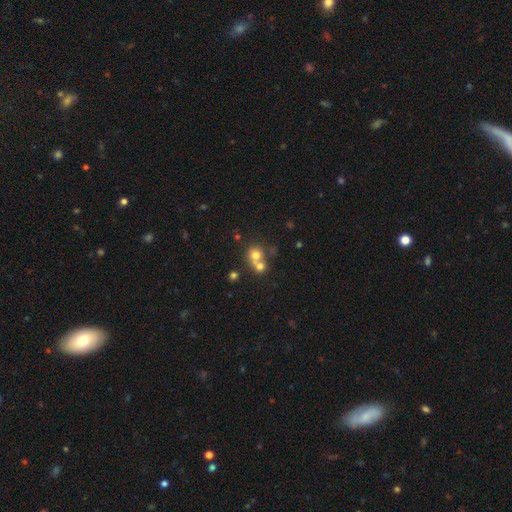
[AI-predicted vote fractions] Smooth or featured? Predicted: smooth (p=0.67). How rounded? Predicted: round (p=0.79). Merging? Predicted: merger (p=0.59).